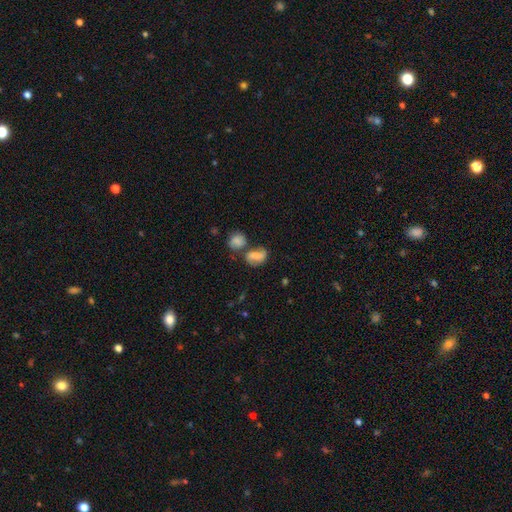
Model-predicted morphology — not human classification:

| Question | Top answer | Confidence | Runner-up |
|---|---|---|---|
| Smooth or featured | featured or disk | 45% | smooth (44%) |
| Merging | none | 47% | merger (28%) |